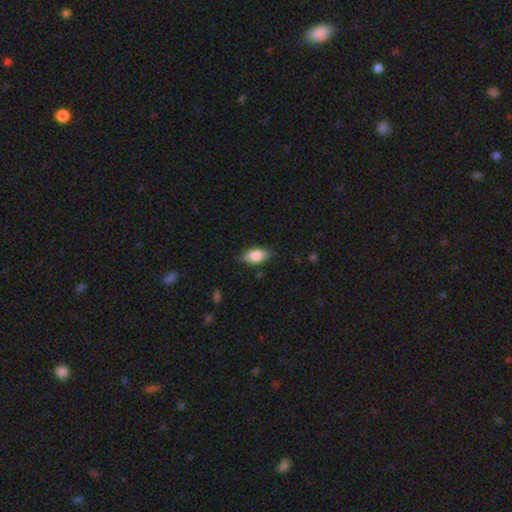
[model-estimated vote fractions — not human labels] Smooth or featured: smooth — 84% (featured or disk — 9%)
How rounded: in between — 91% (cigar-shaped — 5%)
Merging: none — 82% (minor disturbance — 14%)